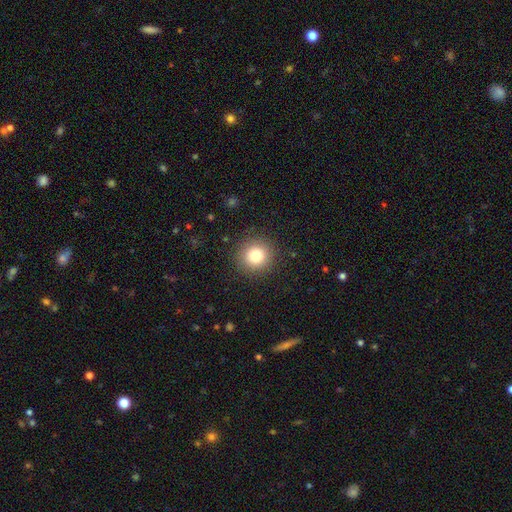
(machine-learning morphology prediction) Smooth or featured? smooth (82%)
How rounded? round (94%)
Merging? none (90%)